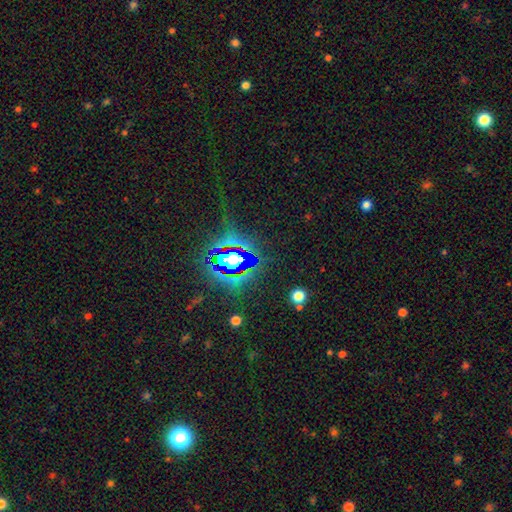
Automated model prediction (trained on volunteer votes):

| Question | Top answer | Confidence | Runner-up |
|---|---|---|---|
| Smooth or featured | star or artifact | 79% | smooth (11%) |